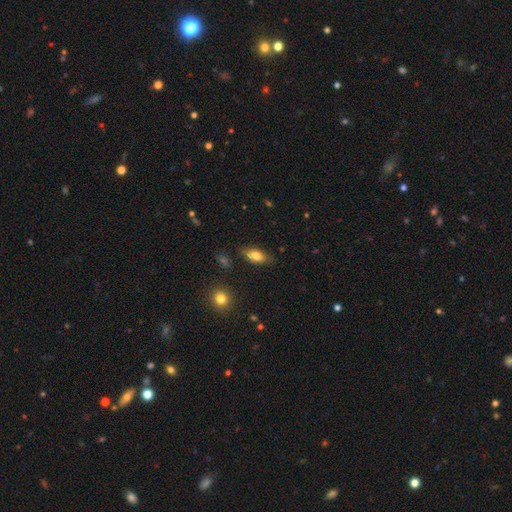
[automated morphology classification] Smooth or featured?
  - smooth: 77% *
  - featured or disk: 16%
  - star or artifact: 8%
How rounded?
  - in between: 87% *
  - cigar-shaped: 9%
  - round: 4%
Merging?
  - none: 77% *
  - minor disturbance: 17%
  - major disturbance: 4%
  - merger: 2%